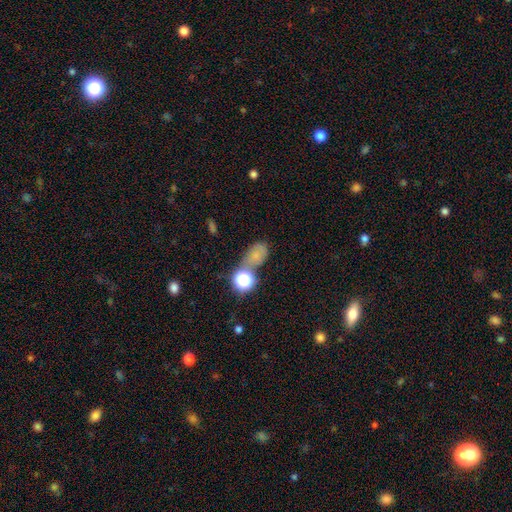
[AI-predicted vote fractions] A smooth galaxy with no disk features (56%) that is in between round and cigar-shaped (63%). Merging: none (52%).